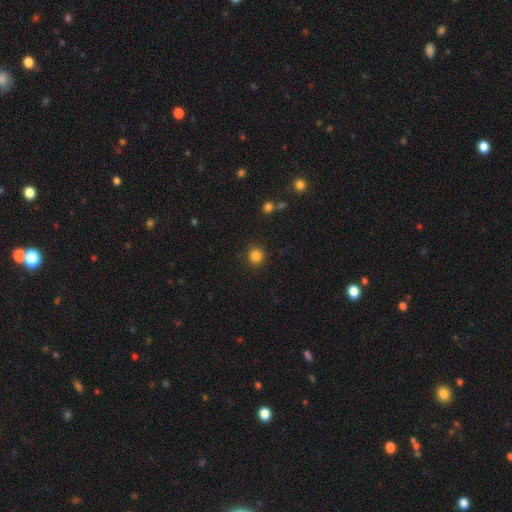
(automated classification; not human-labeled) Overall: smooth (85%). How rounded: round (92%). Merging: none (90%).